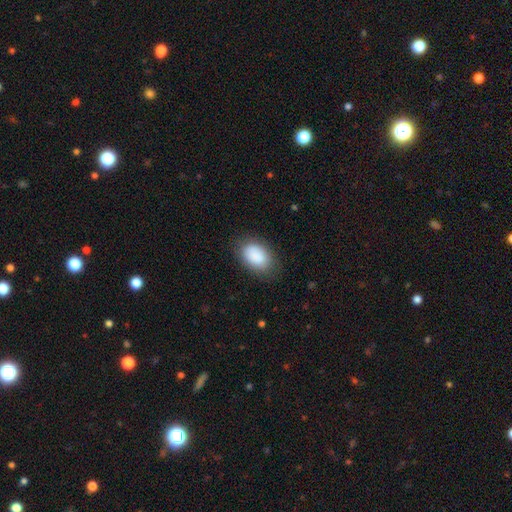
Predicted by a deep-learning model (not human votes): Smooth or featured? smooth (88%)
How rounded? in between (87%)
Merging? none (80%)